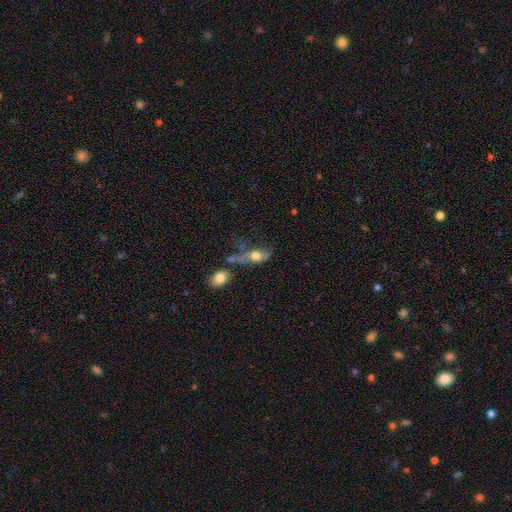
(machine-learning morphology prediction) smooth_or_featured: smooth (p=0.57) [alt: featured or disk p=0.34]
how_rounded: in between (p=0.74) [alt: cigar-shaped p=0.17]
merging: none (p=0.31) [alt: merger p=0.25]